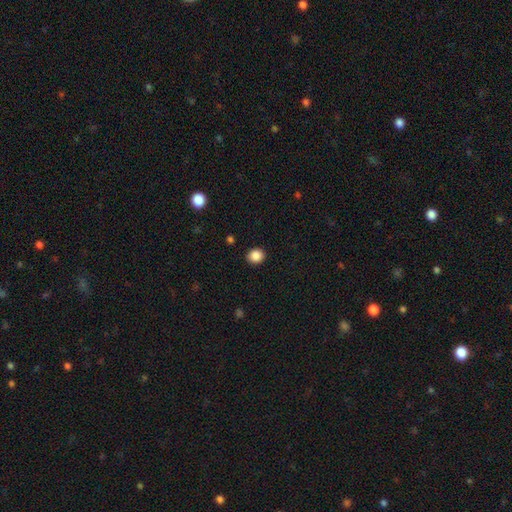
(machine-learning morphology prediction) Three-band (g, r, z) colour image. It shows a smooth galaxy with no disk features (87%) that is round (76%). Merging: none (91%).